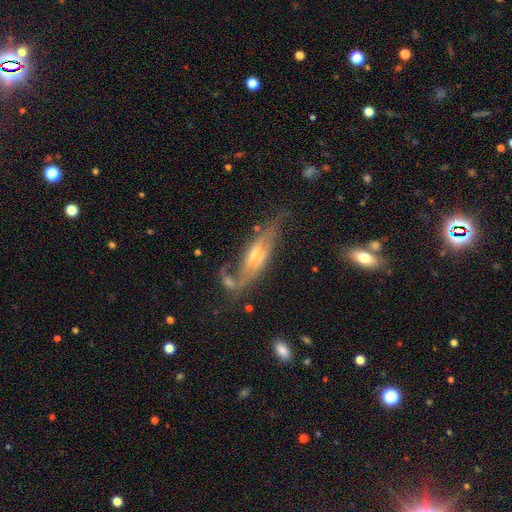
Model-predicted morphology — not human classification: A featured or disk galaxy (74%) viewed edge-on (56%). Merging: none (52%).